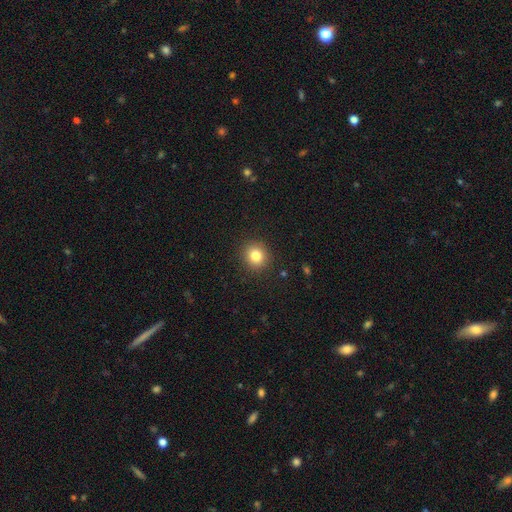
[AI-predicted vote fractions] This appears to be a smooth galaxy with no disk features (82%) that is round (87%). Merging: none (91%).